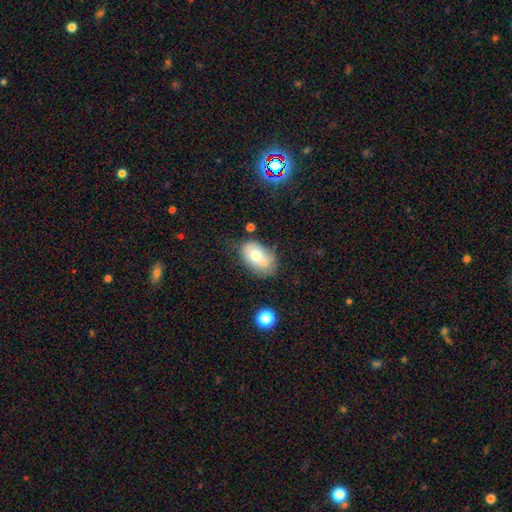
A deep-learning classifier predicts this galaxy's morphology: This is likely a smooth galaxy (67%). How rounded: clearly in between (86%). Merging: possibly none (48%).